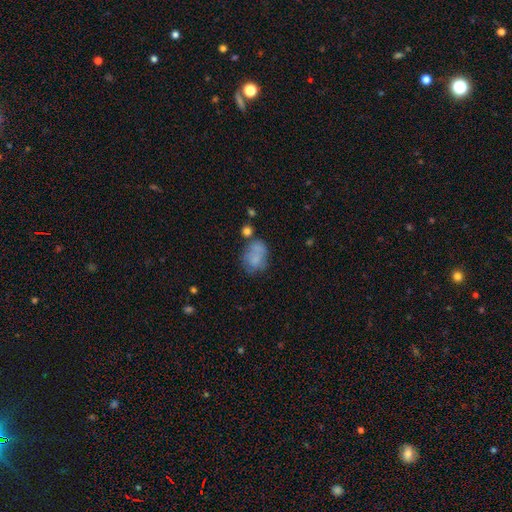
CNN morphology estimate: The model was most divided on "merging": none: 44%, minor disturbance: 26%, major disturbance: 15%, merger: 15%. More confident: how rounded — in between (69%); smooth or featured — smooth (68%).